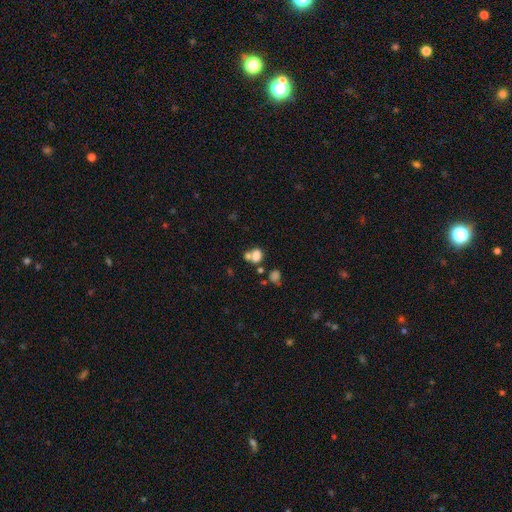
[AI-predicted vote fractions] Q: Smooth or featured?
A: smooth (74%); runner-up: star or artifact (14%)
Q: How rounded?
A: in between (58%); runner-up: round (41%)
Q: Merging?
A: merger (45%); runner-up: none (37%)